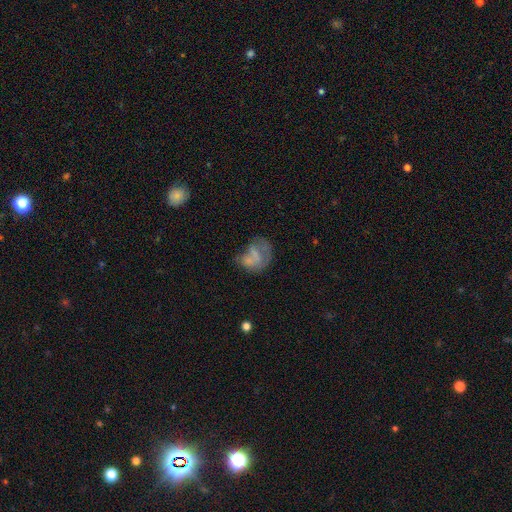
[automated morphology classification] A smooth galaxy with no disk features (55%) that is in between round and cigar-shaped (57%). Merging: major disturbance (35%).